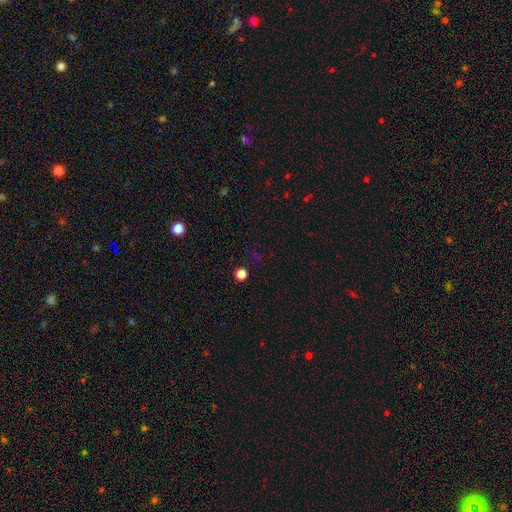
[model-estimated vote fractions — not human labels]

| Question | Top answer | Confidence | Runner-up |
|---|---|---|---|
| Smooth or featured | star or artifact | 48% | smooth (46%) |